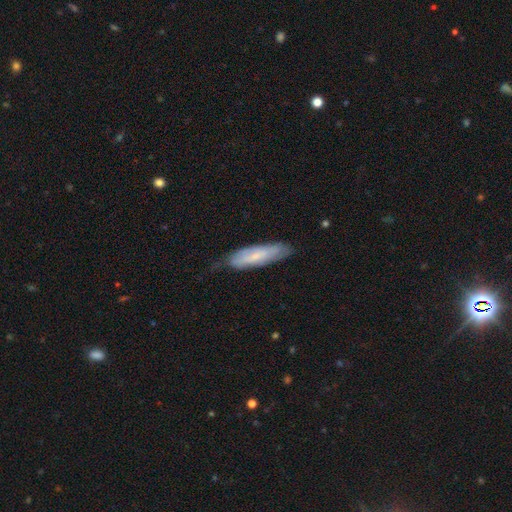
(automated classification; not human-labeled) This is possibly a smooth galaxy (54%). How rounded: likely cigar-shaped (64%). Merging: likely none (65%).